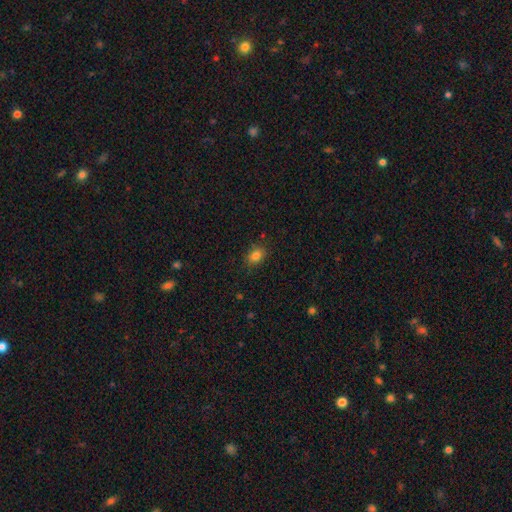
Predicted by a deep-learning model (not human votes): smooth 82%, star or artifact 12%, featured or disk 6%. Down the decision tree: how rounded — in between (59%); merging — none (82%).